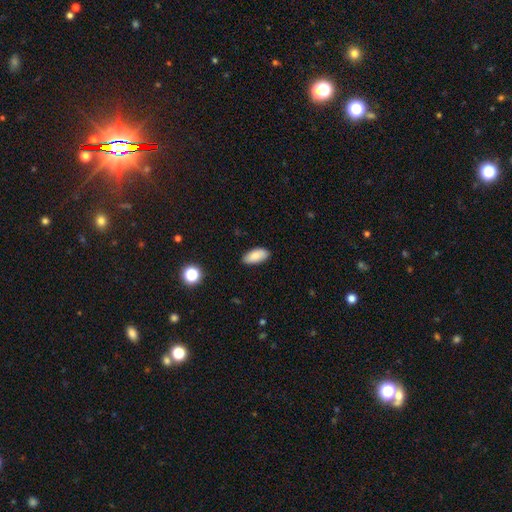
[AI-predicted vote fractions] This appears to be a smooth galaxy with no disk features (87%) that is in between round and cigar-shaped (90%). Merging: none (86%).